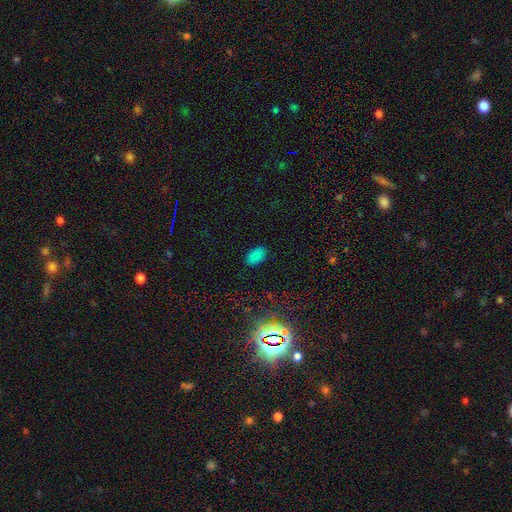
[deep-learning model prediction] smooth-or-featured: smooth: 79% | star or artifact: 16% | featured or disk: 5%
  how-rounded: in between: 92% | round: 6% | cigar-shaped: 2%
  merging: none: 87% | minor disturbance: 10% | major disturbance: 3% | merger: 1%